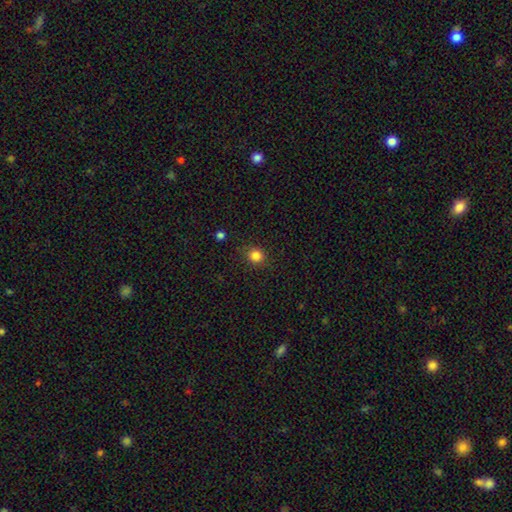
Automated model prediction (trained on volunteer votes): Q: Smooth or featured?
A: smooth (84%); runner-up: star or artifact (12%)
Q: How rounded?
A: round (83%); runner-up: in between (16%)
Q: Merging?
A: none (88%); runner-up: minor disturbance (8%)